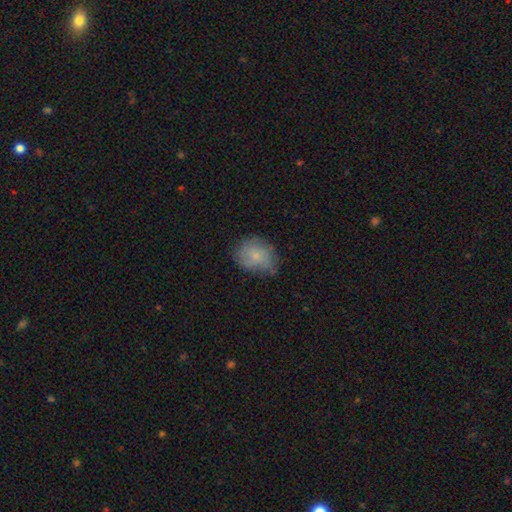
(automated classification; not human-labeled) The model was most divided on "how rounded": round: 55%, in between: 44%, cigar-shaped: 1%. More confident: smooth or featured — smooth (69%); merging — none (58%).